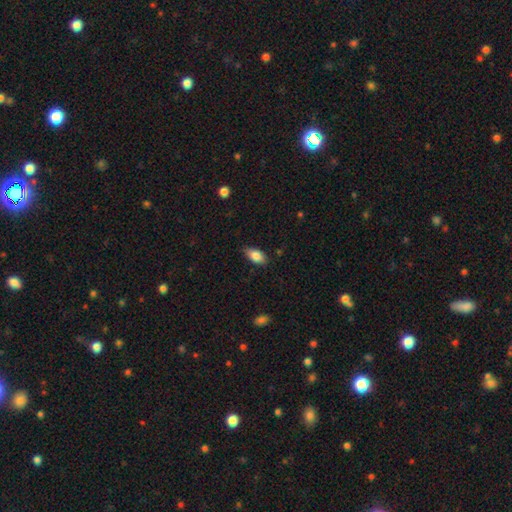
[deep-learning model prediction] Smooth or featured?
  - smooth: 84% *
  - featured or disk: 9%
  - star or artifact: 7%
How rounded?
  - in between: 91% *
  - cigar-shaped: 5%
  - round: 4%
Merging?
  - none: 82% *
  - minor disturbance: 14%
  - major disturbance: 3%
  - merger: 1%